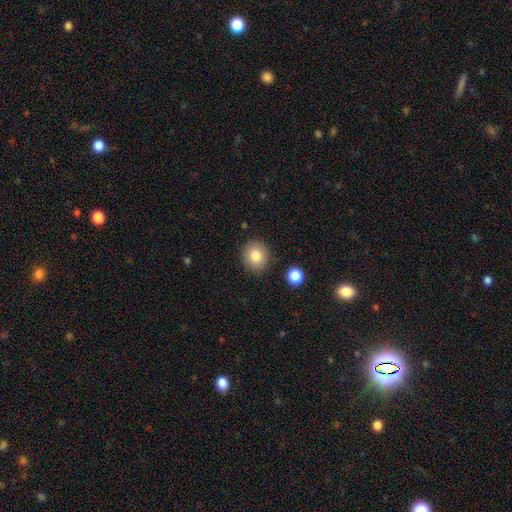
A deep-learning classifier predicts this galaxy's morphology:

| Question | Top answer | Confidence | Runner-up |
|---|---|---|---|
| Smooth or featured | smooth | 84% | star or artifact (9%) |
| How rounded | round | 83% | in between (17%) |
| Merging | none | 86% | minor disturbance (9%) |